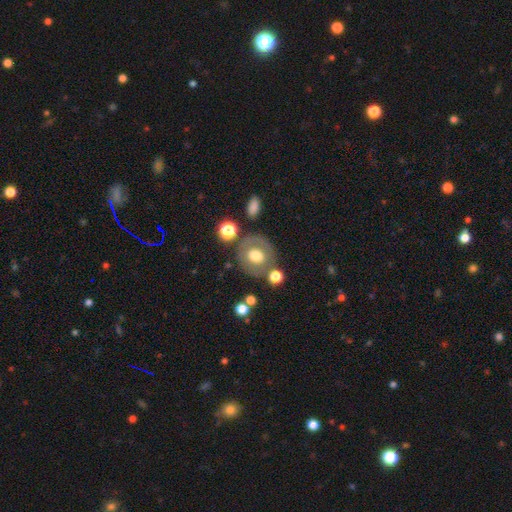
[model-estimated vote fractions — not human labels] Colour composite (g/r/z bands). It shows a smooth galaxy with no disk features (55%) that is round (81%). Merging: none (72%).